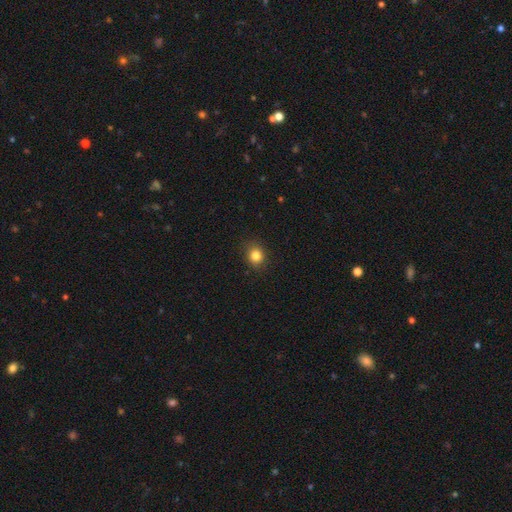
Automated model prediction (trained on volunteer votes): Smooth or featured?
  - smooth: 83% *
  - star or artifact: 12%
  - featured or disk: 5%
How rounded?
  - round: 76% *
  - in between: 24%
  - cigar-shaped: 1%
Merging?
  - none: 88% *
  - minor disturbance: 9%
  - major disturbance: 2%
  - merger: 1%